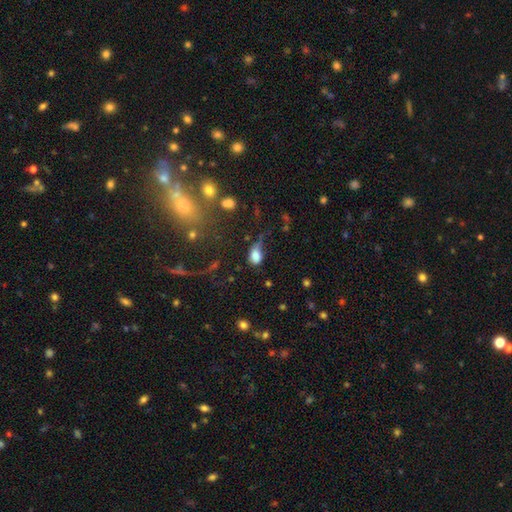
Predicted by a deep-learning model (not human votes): Smooth or featured?
  - smooth: 77% *
  - featured or disk: 12%
  - star or artifact: 11%
How rounded?
  - in between: 75% *
  - round: 22%
  - cigar-shaped: 2%
Merging?
  - minor disturbance: 34% *
  - major disturbance: 30%
  - none: 28%
  - merger: 8%